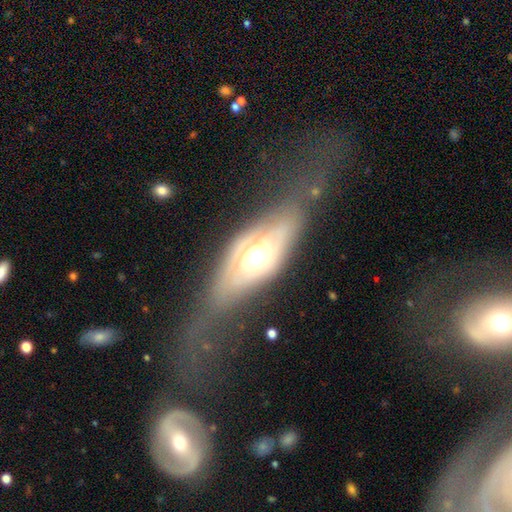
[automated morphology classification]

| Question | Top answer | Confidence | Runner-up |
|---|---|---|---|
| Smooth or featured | featured or disk | 69% | smooth (24%) |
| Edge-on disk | no | 60% | yes (40%) |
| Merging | none | 43% | major disturbance (31%) |